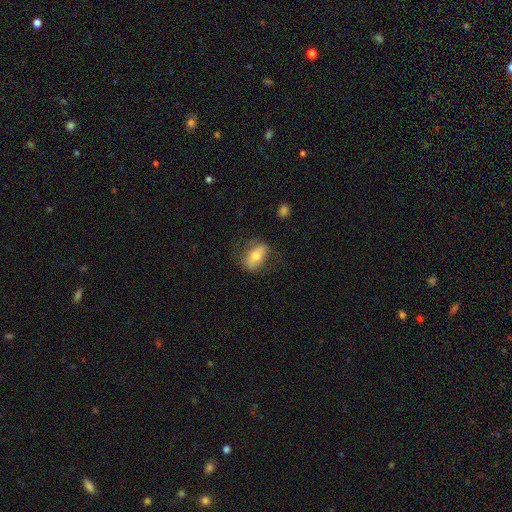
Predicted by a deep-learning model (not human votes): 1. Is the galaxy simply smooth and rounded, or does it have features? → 59% smooth, 33% featured or disk, 8% star or artifact.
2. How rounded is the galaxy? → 80% in between, 11% cigar-shaped, 9% round.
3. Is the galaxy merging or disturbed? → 72% none, 18% minor disturbance, 8% major disturbance, 1% merger.